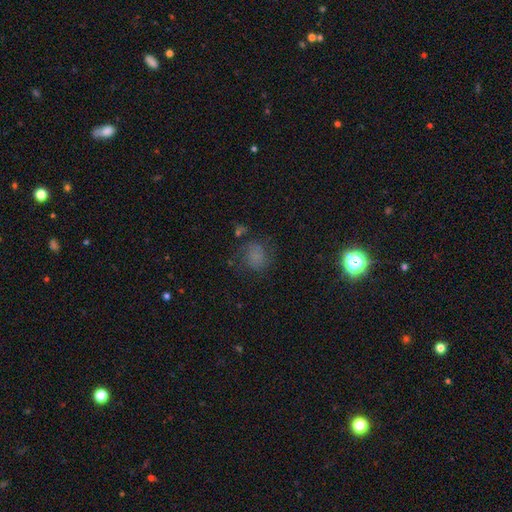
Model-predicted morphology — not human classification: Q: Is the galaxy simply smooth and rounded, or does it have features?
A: smooth — 58%.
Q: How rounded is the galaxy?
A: round — 74%.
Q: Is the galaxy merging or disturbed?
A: none — 63%.